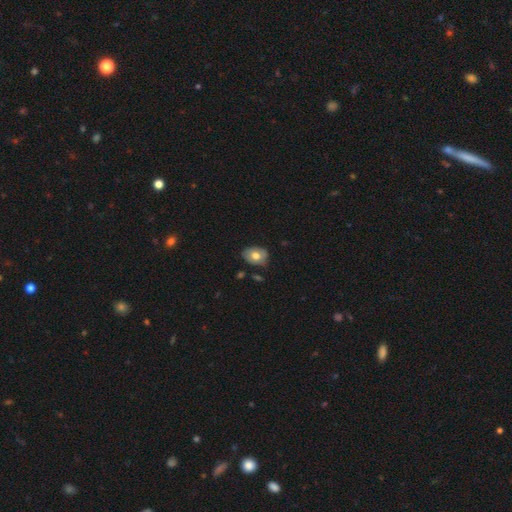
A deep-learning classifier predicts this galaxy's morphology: This appears to be a smooth galaxy with no disk features (67%) that is in between round and cigar-shaped (71%). Merging: none (73%).